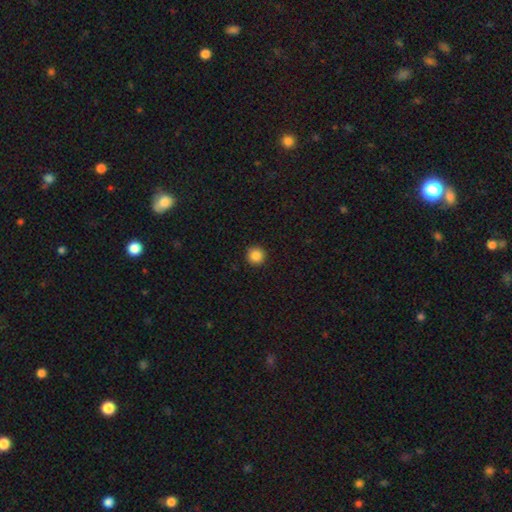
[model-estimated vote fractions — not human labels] This appears to be a smooth galaxy with no disk features (86%) that is round (95%). Merging: none (93%).